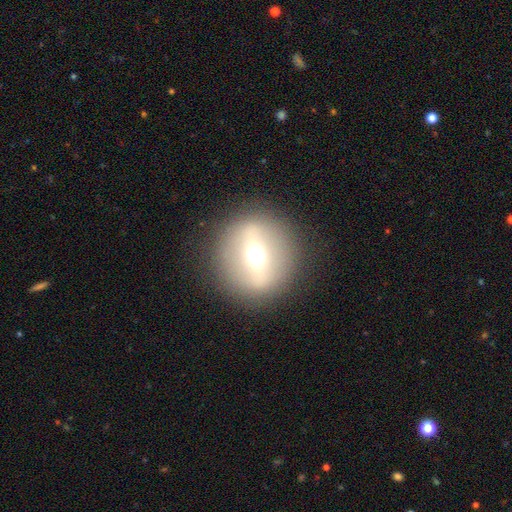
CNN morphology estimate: A featured or disk galaxy (49%).

Vote fractions:
- Smooth or featured? featured or disk: 49% / smooth: 39% / star or artifact: 11%
- Merging? none: 86% / minor disturbance: 8% / major disturbance: 4% / merger: 1%